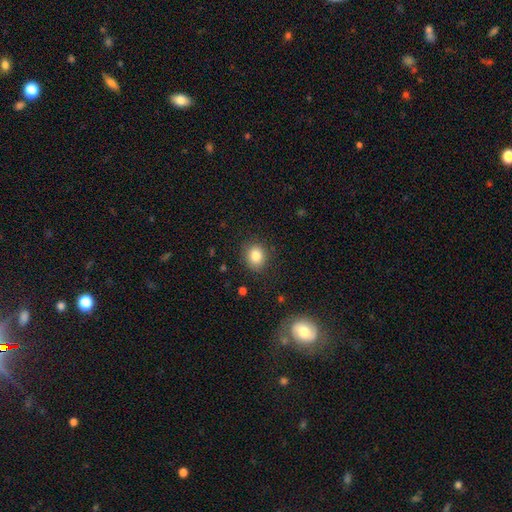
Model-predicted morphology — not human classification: Smooth or featured? Predicted: smooth (p=0.83). How rounded? Predicted: round (p=0.69). Merging? Predicted: none (p=0.85).